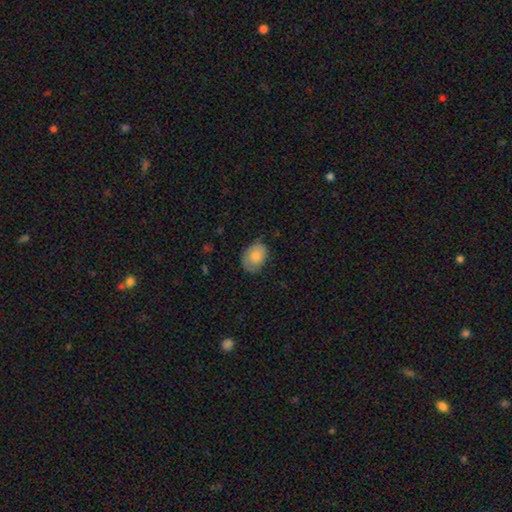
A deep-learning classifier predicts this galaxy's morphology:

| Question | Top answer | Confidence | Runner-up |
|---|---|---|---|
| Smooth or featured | smooth | 70% | featured or disk (23%) |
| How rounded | in between | 72% | round (27%) |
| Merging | none | 68% | minor disturbance (25%) |